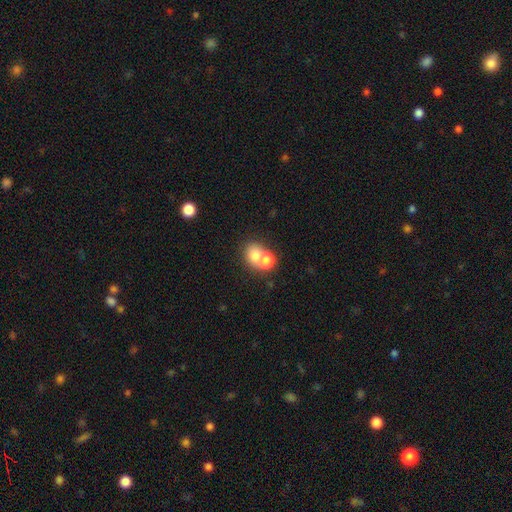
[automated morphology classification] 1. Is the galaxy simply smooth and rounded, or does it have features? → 73% smooth, 15% featured or disk, 12% star or artifact.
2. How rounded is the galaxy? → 63% round, 36% in between, 1% cigar-shaped.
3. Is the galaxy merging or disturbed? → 55% merger, 34% none, 7% minor disturbance, 4% major disturbance.